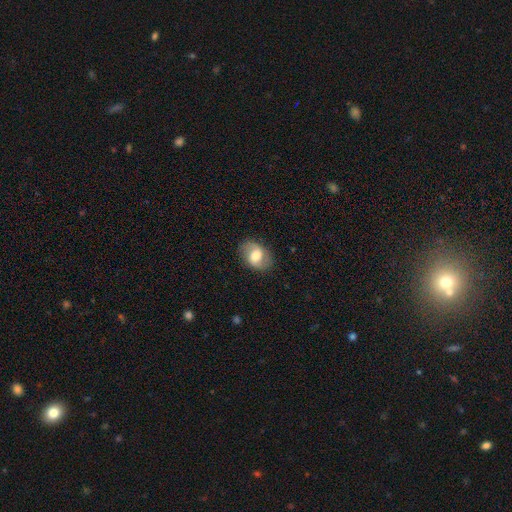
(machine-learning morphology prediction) The model was most divided on "smooth or featured": smooth: 51%, featured or disk: 41%, star or artifact: 8%. More confident: merging — none (81%); how rounded — in between (75%).